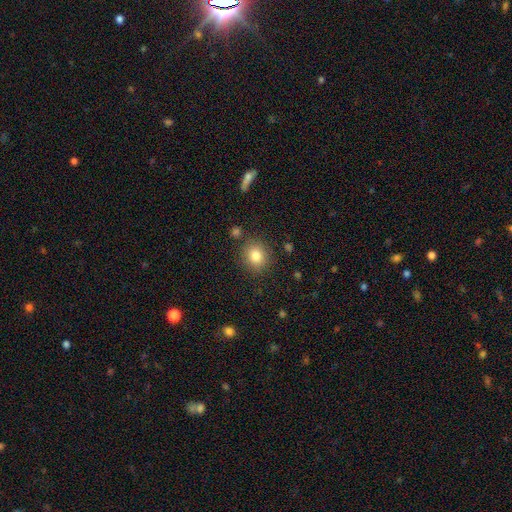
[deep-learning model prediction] Q: Smooth or featured?
A: smooth (82%); runner-up: star or artifact (10%)
Q: How rounded?
A: round (80%); runner-up: in between (19%)
Q: Merging?
A: none (84%); runner-up: minor disturbance (9%)